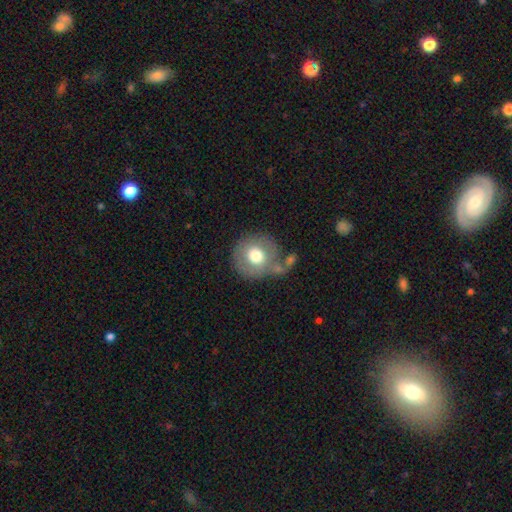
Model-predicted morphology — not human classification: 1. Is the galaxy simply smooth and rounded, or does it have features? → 68% smooth, 25% featured or disk, 8% star or artifact.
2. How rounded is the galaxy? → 91% round, 8% in between, 1% cigar-shaped.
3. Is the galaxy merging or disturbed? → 58% none, 17% minor disturbance, 15% merger, 10% major disturbance.